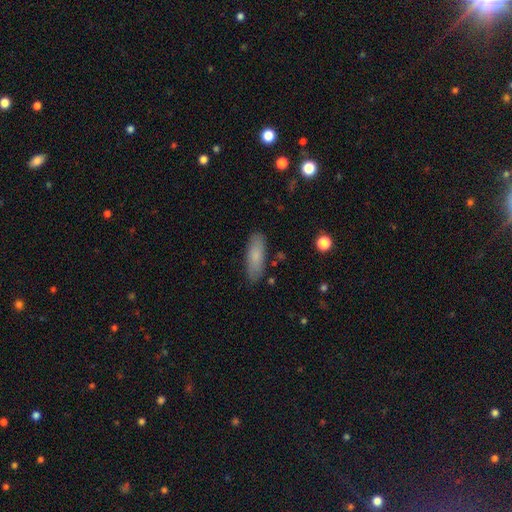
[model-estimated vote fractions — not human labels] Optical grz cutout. It shows a smooth galaxy with no disk features (80%) that is in between round and cigar-shaped (53%). Merging: none (84%).